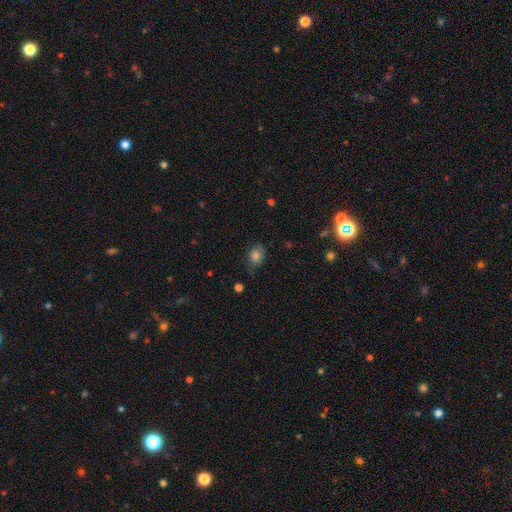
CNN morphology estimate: This is likely a smooth galaxy (78%). How rounded: likely in between (62%). Merging: likely none (60%).